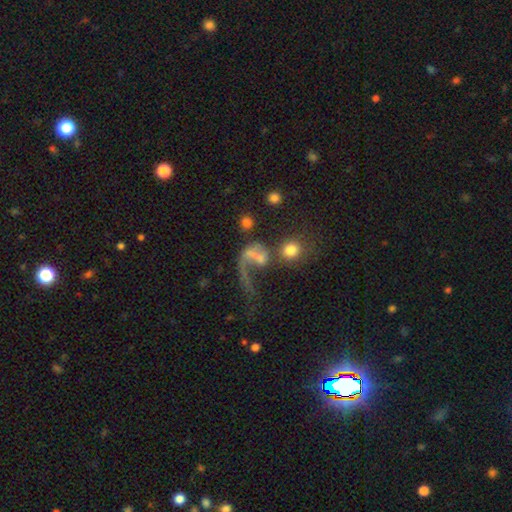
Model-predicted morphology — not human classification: A featured or disk galaxy (50%). Merging: major disturbance (45%).